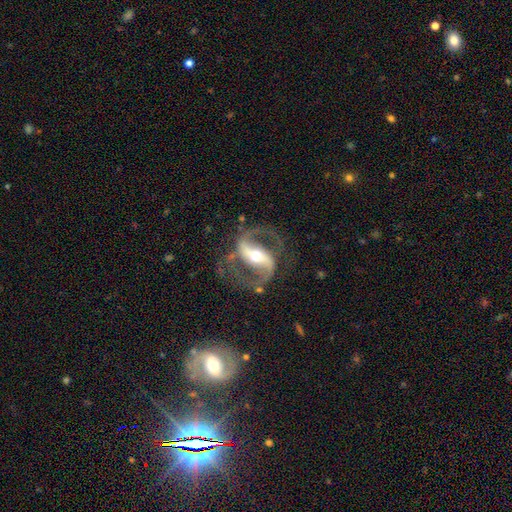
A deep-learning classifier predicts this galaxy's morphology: Smooth or featured: featured or disk — 91% (star or artifact — 4%)
Edge-on disk: no — 96% (yes — 4%)
Bar: strong — 64% (weak — 24%)
Spiral arms: yes — 96% (no — 4%)
Spiral winding: medium — 54% (loose — 35%)
Spiral arm count: 2 — 93% (1 — 2%)
Bulge size: moderate — 66% (small — 22%)
Merging: none — 75% (minor disturbance — 13%)